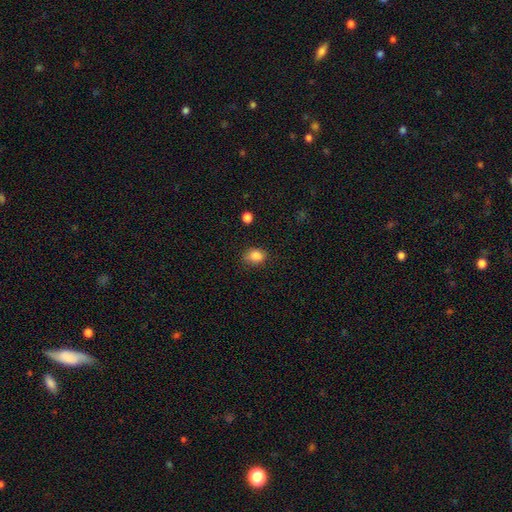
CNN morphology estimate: Smooth or featured: smooth — 84% (star or artifact — 10%)
How rounded: in between — 55% (round — 44%)
Merging: none — 73% (minor disturbance — 21%)